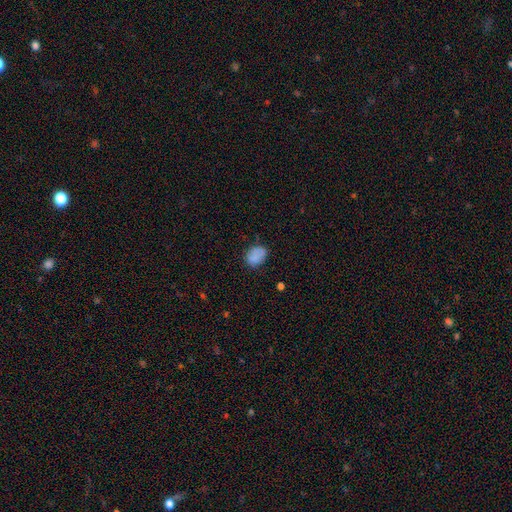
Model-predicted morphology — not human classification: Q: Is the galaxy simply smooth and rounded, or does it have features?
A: smooth — 83%.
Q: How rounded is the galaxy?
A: in between — 68%.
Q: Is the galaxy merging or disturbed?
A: none — 71%.